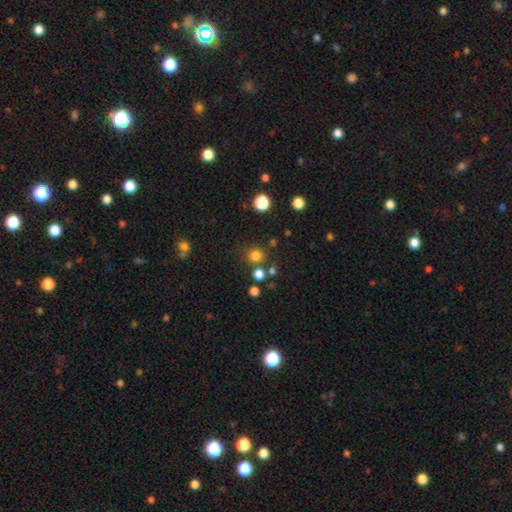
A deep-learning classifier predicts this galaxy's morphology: Smooth or featured?
  - smooth: 77% *
  - star or artifact: 18%
  - featured or disk: 5%
How rounded?
  - round: 91% *
  - in between: 8%
  - cigar-shaped: 1%
Merging?
  - none: 78% *
  - merger: 10%
  - minor disturbance: 8%
  - major disturbance: 4%